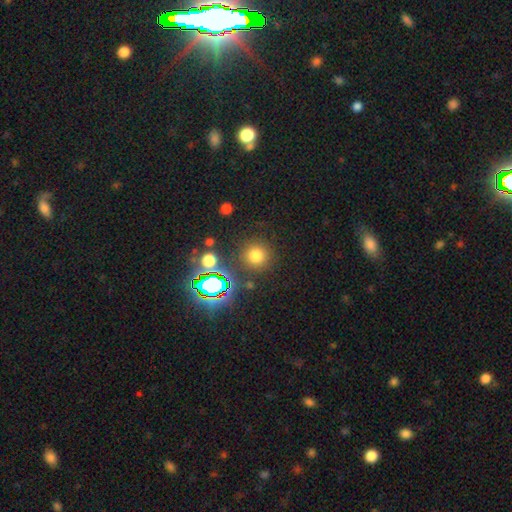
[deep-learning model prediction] smooth 70%, star or artifact 23%, featured or disk 7%. Down the decision tree: how rounded — round (93%); merging — none (85%).